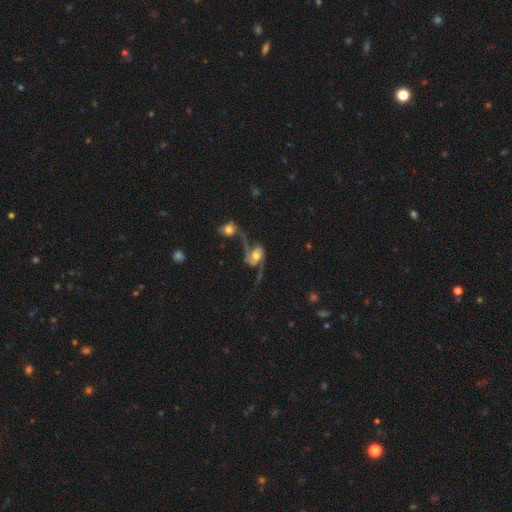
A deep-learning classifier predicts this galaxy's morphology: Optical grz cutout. It shows a featured or disk galaxy (78%) with no bar (58%), 2 (84%) loose (64%) spiral arms (90%) and a moderate central bulge (58%). Merging: merger (34%).